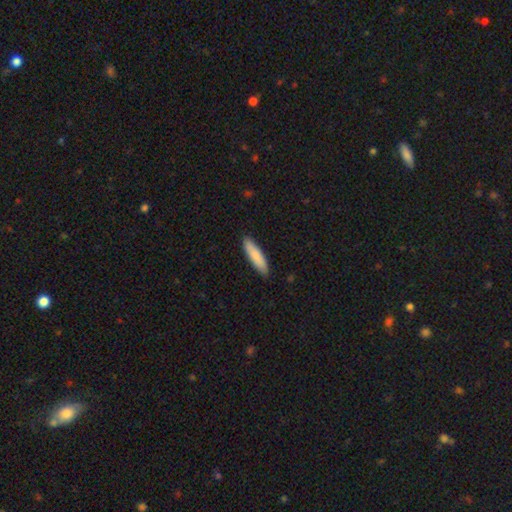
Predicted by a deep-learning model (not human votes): Morphology: type=smooth (85%); roundness=cigar-shaped (69%); merging=none (88%).